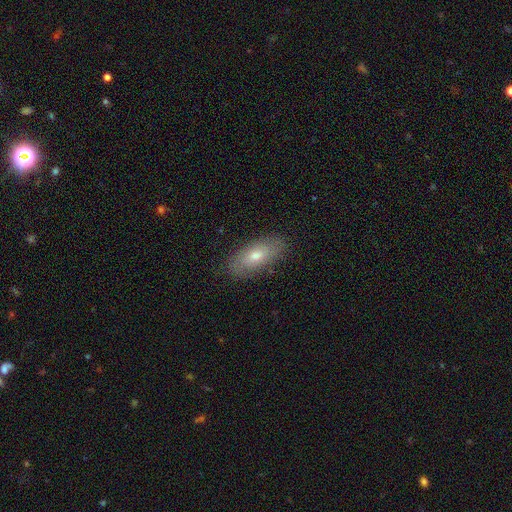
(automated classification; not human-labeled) Smooth or featured? smooth (64%)
How rounded? in between (82%)
Merging? none (84%)